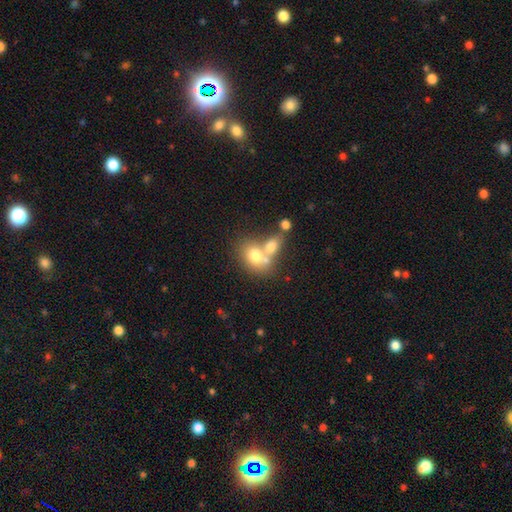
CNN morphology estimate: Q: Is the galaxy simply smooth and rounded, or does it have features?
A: smooth — 70%.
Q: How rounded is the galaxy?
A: in between — 61%.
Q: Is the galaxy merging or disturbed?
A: merger — 57%.